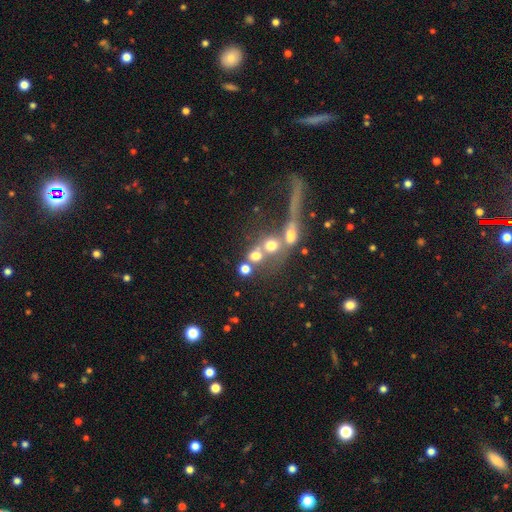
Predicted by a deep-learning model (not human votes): Smooth or featured?
  - smooth: 60% *
  - featured or disk: 21%
  - star or artifact: 18%
How rounded?
  - round: 77% *
  - in between: 18%
  - cigar-shaped: 5%
Merging?
  - merger: 48% *
  - none: 36%
  - major disturbance: 9%
  - minor disturbance: 7%